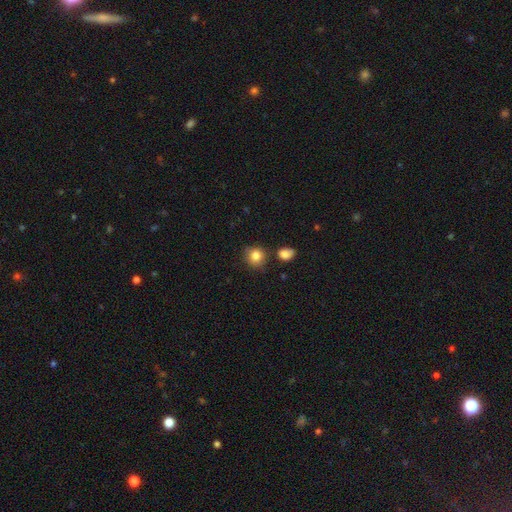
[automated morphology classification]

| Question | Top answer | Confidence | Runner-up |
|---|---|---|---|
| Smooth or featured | smooth | 84% | star or artifact (10%) |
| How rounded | round | 87% | in between (12%) |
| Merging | none | 78% | minor disturbance (12%) |